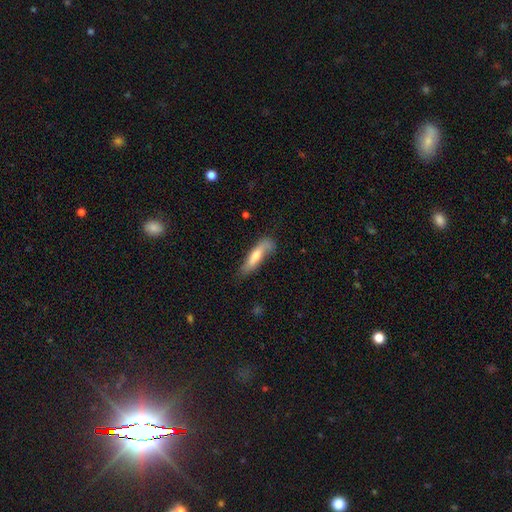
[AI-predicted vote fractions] smooth 59%, featured or disk 35%, star or artifact 6%. Down the decision tree: how rounded — cigar-shaped (70%); merging — none (62%).